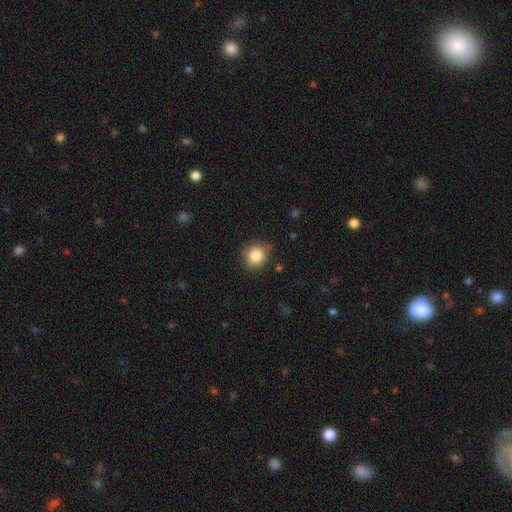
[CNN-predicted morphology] Smooth or featured: smooth — 85% (star or artifact — 10%)
How rounded: round — 81% (in between — 18%)
Merging: none — 80% (minor disturbance — 15%)